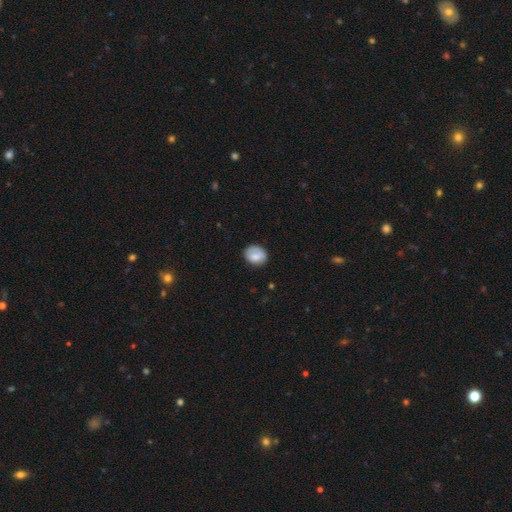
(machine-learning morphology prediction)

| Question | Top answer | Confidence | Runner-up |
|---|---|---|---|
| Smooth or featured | smooth | 79% | featured or disk (13%) |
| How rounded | round | 51% | in between (48%) |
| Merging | none | 76% | minor disturbance (18%) |